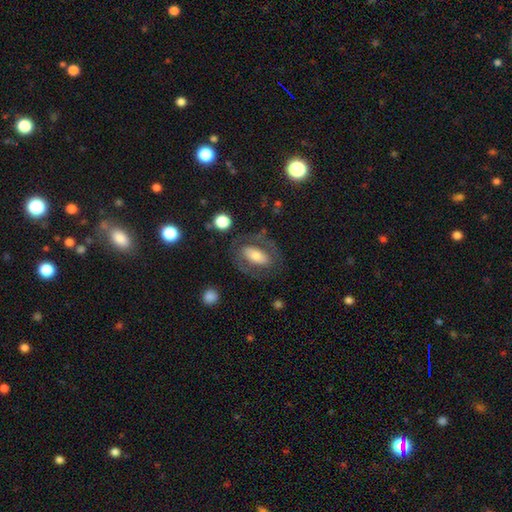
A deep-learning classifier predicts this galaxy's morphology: A smooth galaxy with no disk features (47%). Merging: none (67%).